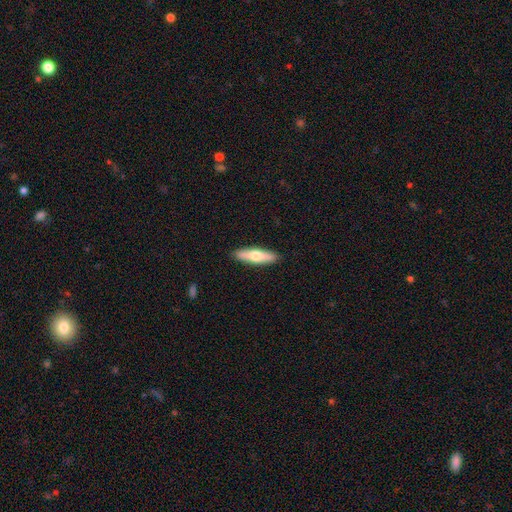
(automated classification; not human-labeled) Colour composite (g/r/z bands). It shows a smooth galaxy with no disk features (61%) that is cigar-shaped (67%). Merging: none (90%).